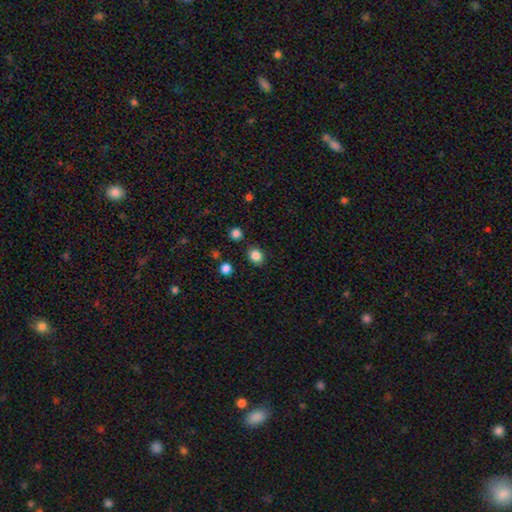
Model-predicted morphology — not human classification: Smooth or featured?
  - smooth: 85% *
  - star or artifact: 11%
  - featured or disk: 4%
How rounded?
  - round: 59% *
  - in between: 40%
  - cigar-shaped: 1%
Merging?
  - none: 85% *
  - minor disturbance: 9%
  - merger: 4%
  - major disturbance: 3%